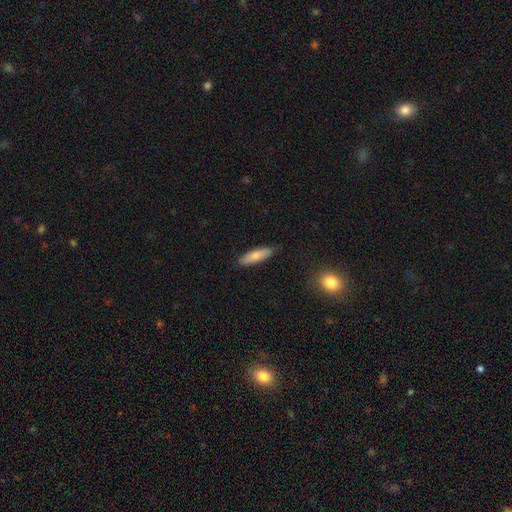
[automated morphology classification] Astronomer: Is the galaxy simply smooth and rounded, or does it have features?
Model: smooth — 78%.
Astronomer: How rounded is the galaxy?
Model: cigar-shaped — 63%.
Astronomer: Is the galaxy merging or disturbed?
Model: none — 85%.